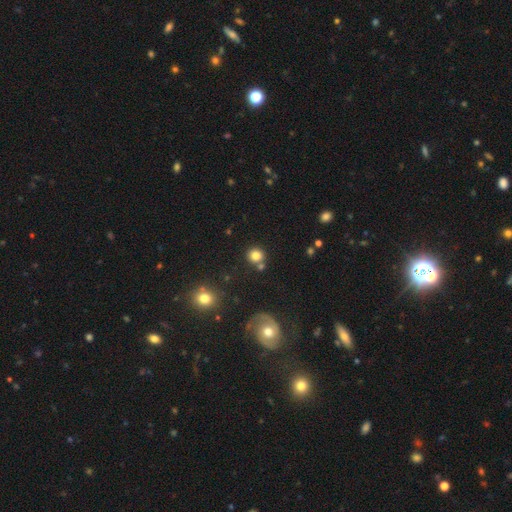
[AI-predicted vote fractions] Smooth or featured: smooth — 79% (star or artifact — 13%)
How rounded: round — 90% (in between — 9%)
Merging: none — 73% (merger — 14%)